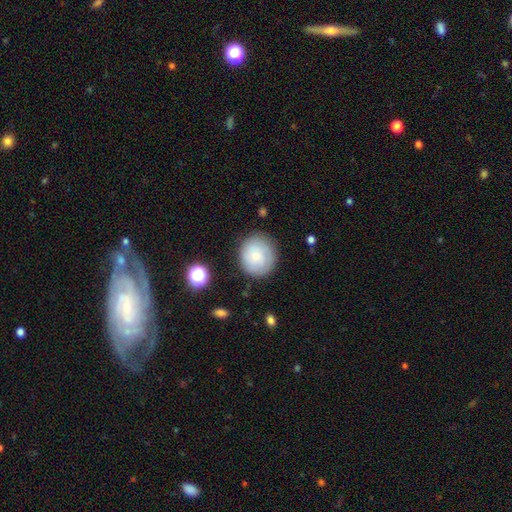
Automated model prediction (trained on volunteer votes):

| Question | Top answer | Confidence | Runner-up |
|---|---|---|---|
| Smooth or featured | smooth | 73% | featured or disk (19%) |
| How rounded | round | 84% | in between (15%) |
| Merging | none | 80% | minor disturbance (14%) |